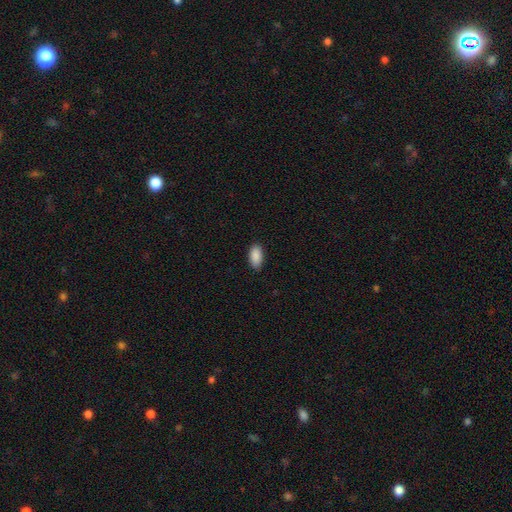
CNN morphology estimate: smooth-or-featured: smooth: 90% | star or artifact: 7% | featured or disk: 3%
  how-rounded: in between: 92% | cigar-shaped: 5% | round: 2%
  merging: none: 87% | minor disturbance: 10% | major disturbance: 2% | merger: 1%